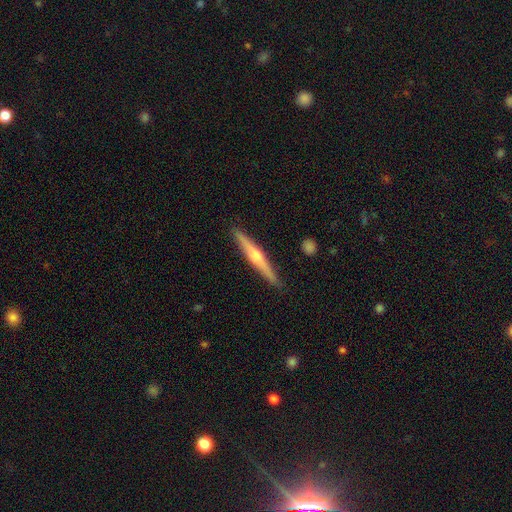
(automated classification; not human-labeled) This appears to be a featured or disk galaxy (67%) viewed edge-on (98%) with a rounded central bulge (85%). Merging: none (91%).